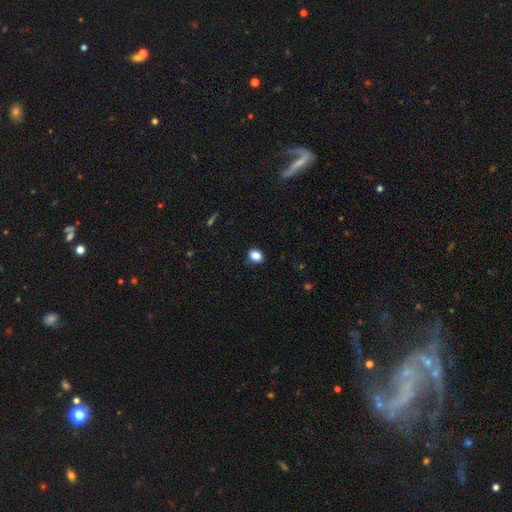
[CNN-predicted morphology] Smooth or featured: smooth — 85% (star or artifact — 10%)
How rounded: round — 50% (in between — 49%)
Merging: none — 82% (minor disturbance — 14%)